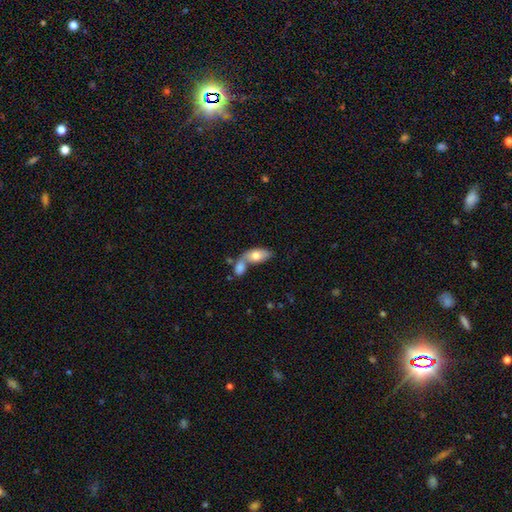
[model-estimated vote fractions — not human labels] This is likely a smooth galaxy (74%). How rounded: clearly in between (90%). Merging: likely merger (63%).